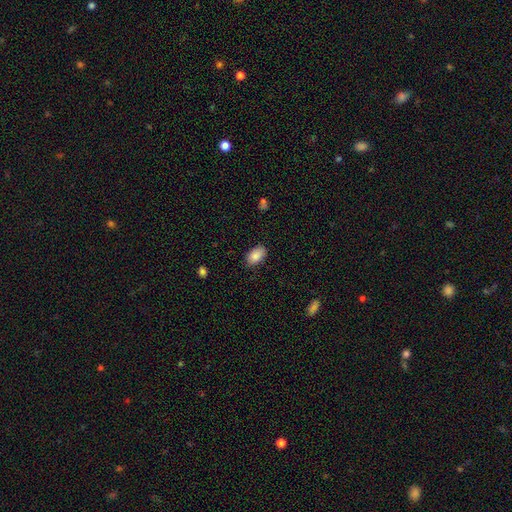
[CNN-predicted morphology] A smooth galaxy with no disk features (87%) that is in between round and cigar-shaped (93%).

Vote fractions:
- Smooth or featured? smooth: 87% / star or artifact: 7% / featured or disk: 6%
- How rounded? in between: 93% / round: 6% / cigar-shaped: 1%
- Merging? none: 85% / minor disturbance: 12% / major disturbance: 2% / merger: 1%